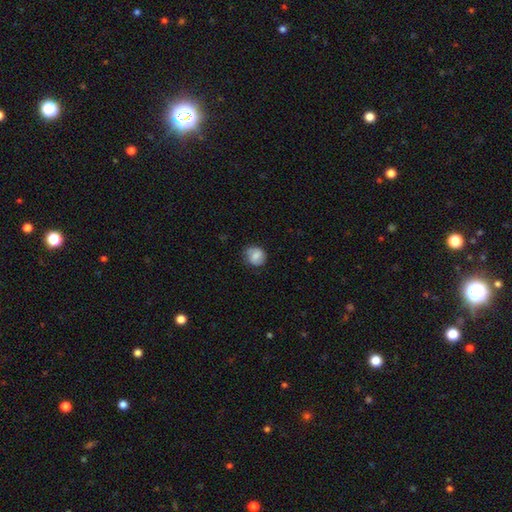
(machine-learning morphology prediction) Overall: smooth (72%). How rounded: round (80%). Merging: none (76%).